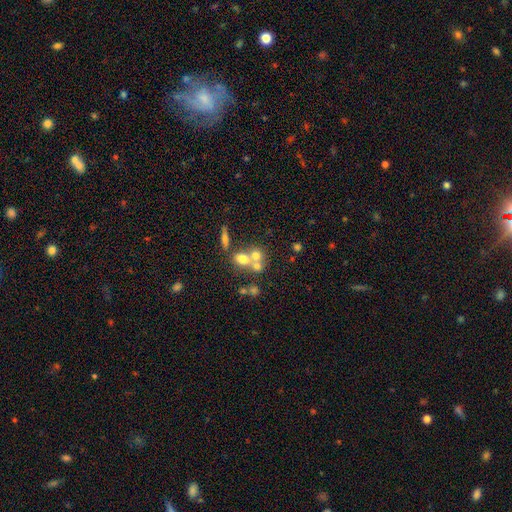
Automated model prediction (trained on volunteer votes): Smooth or featured?
  - smooth: 60% *
  - featured or disk: 25%
  - star or artifact: 15%
How rounded?
  - round: 69% *
  - in between: 29%
  - cigar-shaped: 2%
Merging?
  - merger: 54% *
  - none: 34%
  - minor disturbance: 7%
  - major disturbance: 5%